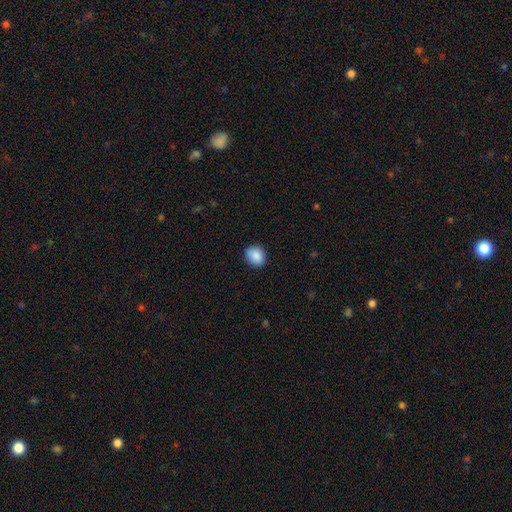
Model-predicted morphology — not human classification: A smooth galaxy with no disk features (88%) that is round (72%). Merging: none (87%).